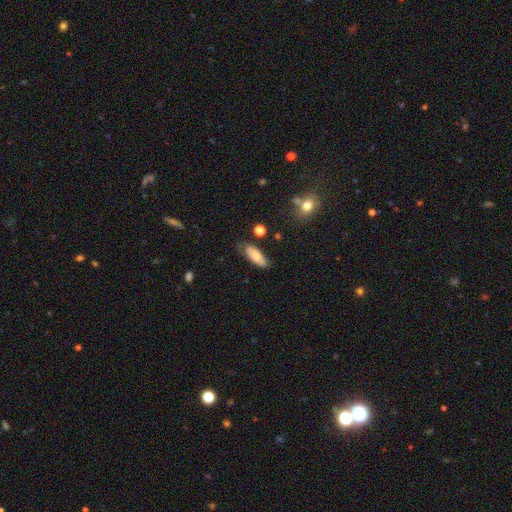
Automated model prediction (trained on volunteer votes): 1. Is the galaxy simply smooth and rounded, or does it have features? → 71% smooth, 22% featured or disk, 7% star or artifact.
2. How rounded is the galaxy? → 68% in between, 29% cigar-shaped, 2% round.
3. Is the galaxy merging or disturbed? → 72% none, 20% minor disturbance, 5% major disturbance, 3% merger.